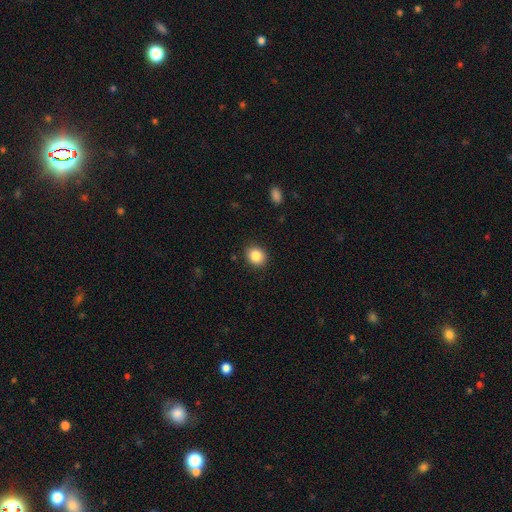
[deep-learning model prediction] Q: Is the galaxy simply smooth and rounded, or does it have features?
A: smooth — 86%.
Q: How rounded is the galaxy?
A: round — 63%.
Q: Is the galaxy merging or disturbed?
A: none — 88%.